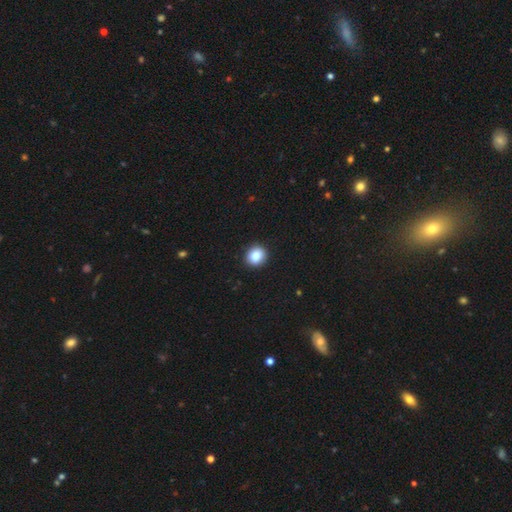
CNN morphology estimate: A smooth galaxy with no disk features (85%) that is round (81%). Merging: none (92%).